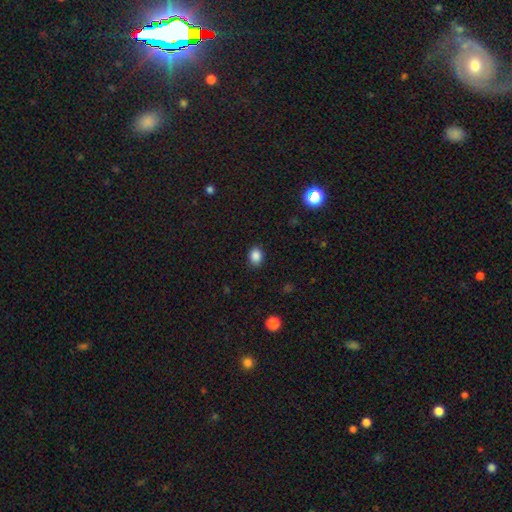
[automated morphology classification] The model was most divided on "how rounded": in between: 58%, round: 41%, cigar-shaped: 1%. More confident: merging — none (87%); smooth or featured — smooth (86%).